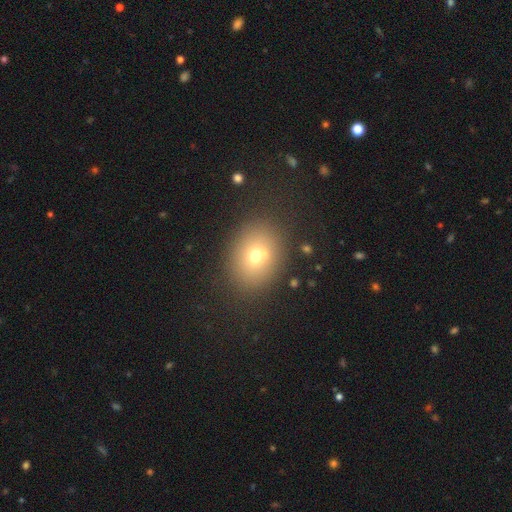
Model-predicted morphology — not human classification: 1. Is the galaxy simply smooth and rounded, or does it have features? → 68% smooth, 17% featured or disk, 15% star or artifact.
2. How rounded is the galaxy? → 51% in between, 48% round, 1% cigar-shaped.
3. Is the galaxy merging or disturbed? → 76% none, 10% minor disturbance, 9% merger, 4% major disturbance.